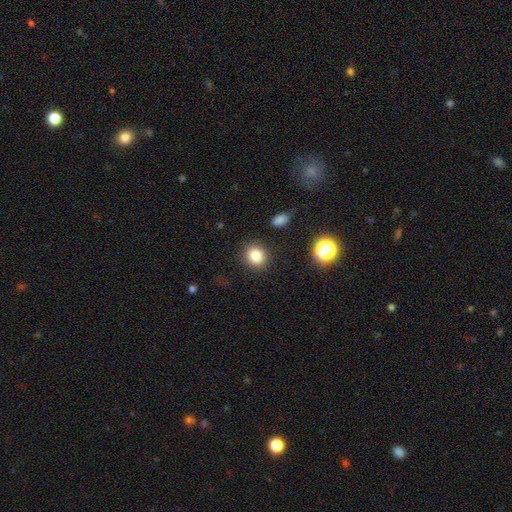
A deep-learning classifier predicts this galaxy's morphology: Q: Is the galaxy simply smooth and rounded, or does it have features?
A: smooth — 84%.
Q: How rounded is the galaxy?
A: round — 71%.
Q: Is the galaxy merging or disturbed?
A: none — 87%.